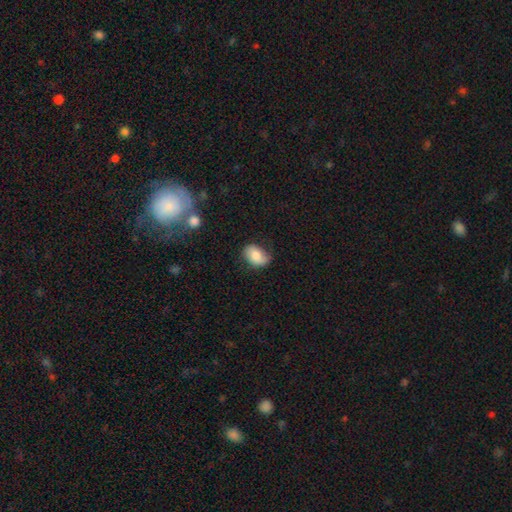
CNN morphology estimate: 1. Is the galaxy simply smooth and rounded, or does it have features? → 72% smooth, 21% featured or disk, 8% star or artifact.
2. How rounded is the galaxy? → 81% in between, 18% round, 1% cigar-shaped.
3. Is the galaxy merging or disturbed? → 69% none, 23% minor disturbance, 6% major disturbance, 2% merger.